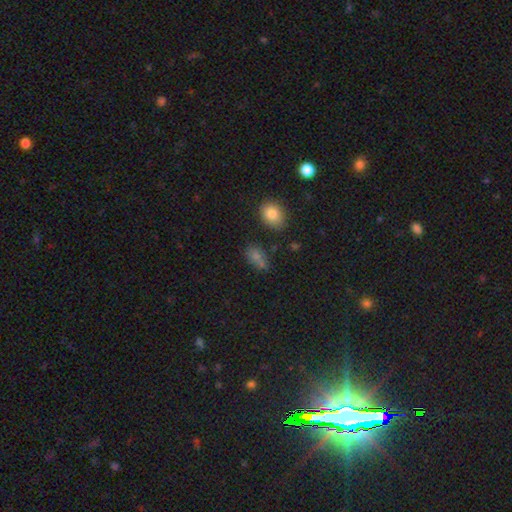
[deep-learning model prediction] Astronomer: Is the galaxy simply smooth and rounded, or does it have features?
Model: smooth — 70%.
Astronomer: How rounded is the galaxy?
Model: in between — 78%.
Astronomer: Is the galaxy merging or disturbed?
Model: none — 58%.